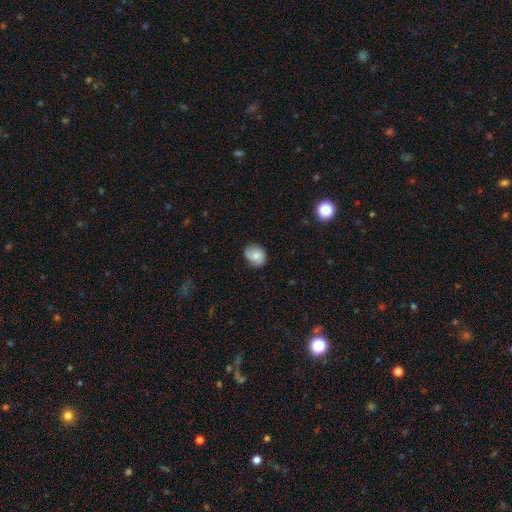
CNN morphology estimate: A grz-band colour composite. It shows a smooth galaxy with no disk features (68%) that is round (62%). Merging: none (72%).